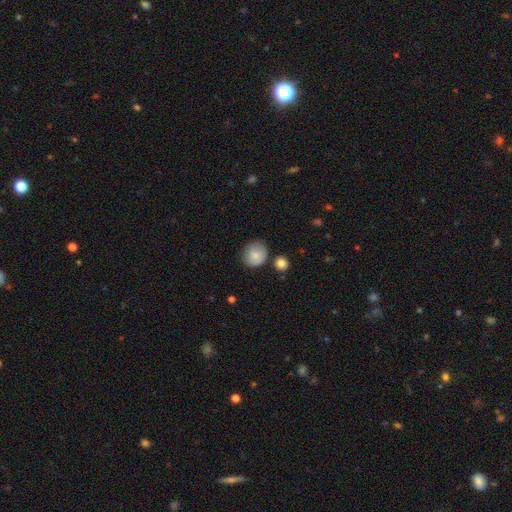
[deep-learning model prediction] smooth-or-featured: smooth: 80% | featured or disk: 12% | star or artifact: 8%
  how-rounded: round: 79% | in between: 20% | cigar-shaped: 1%
  merging: none: 70% | minor disturbance: 21% | merger: 5% | major disturbance: 5%